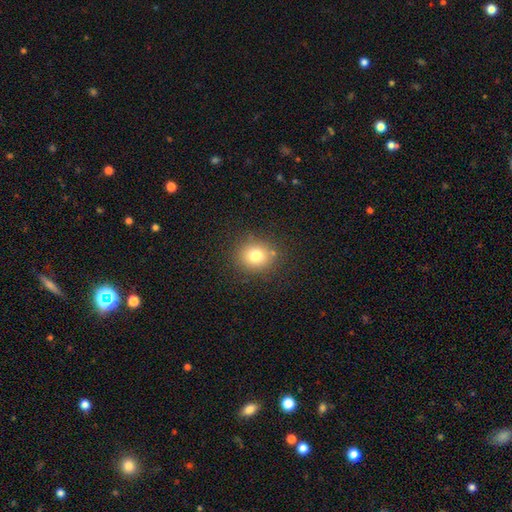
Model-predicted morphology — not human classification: Smooth or featured: smooth — 77% (star or artifact — 14%)
How rounded: round — 79% (in between — 20%)
Merging: none — 85% (minor disturbance — 10%)